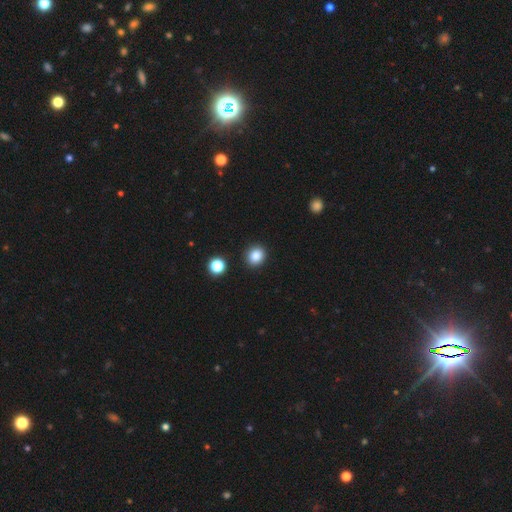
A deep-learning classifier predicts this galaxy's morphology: A smooth galaxy with no disk features (84%) that is round (74%). Merging: none (90%).